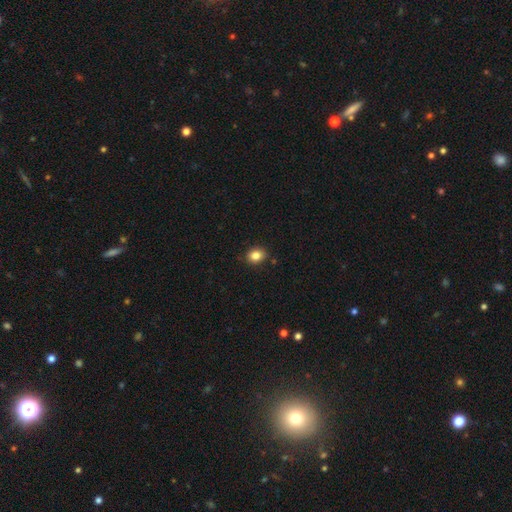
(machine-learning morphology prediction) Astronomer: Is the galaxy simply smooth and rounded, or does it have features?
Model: smooth — 84%.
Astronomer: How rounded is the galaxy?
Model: round — 56% (runner-up: in between, 44%).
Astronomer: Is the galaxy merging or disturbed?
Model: none — 88%.